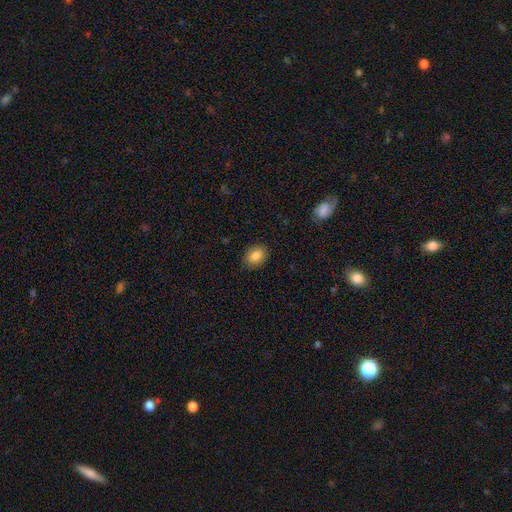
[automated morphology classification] Smooth or featured?
  - smooth: 84% *
  - star or artifact: 9%
  - featured or disk: 7%
How rounded?
  - in between: 66% *
  - round: 33%
  - cigar-shaped: 1%
Merging?
  - none: 88% *
  - minor disturbance: 9%
  - major disturbance: 2%
  - merger: 1%